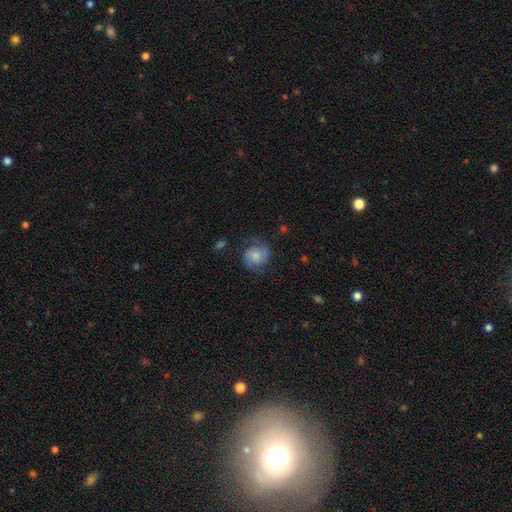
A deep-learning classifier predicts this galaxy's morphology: This is possibly a smooth galaxy (51%). How rounded: likely round (76%). Merging: likely none (60%).